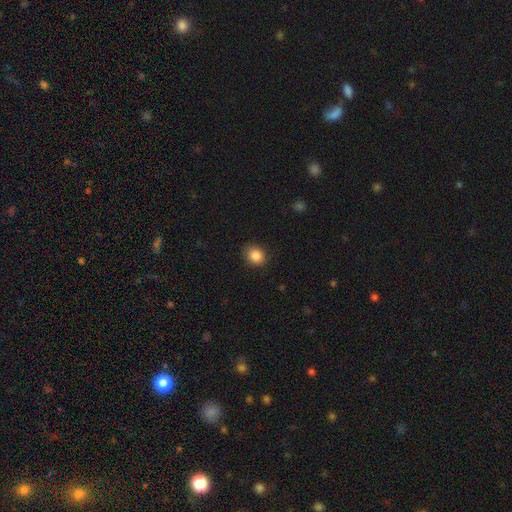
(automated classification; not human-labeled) smooth-or-featured: smooth: 87% | star or artifact: 10% | featured or disk: 4%
  how-rounded: round: 62% | in between: 37% | cigar-shaped: 1%
  merging: none: 85% | minor disturbance: 11% | major disturbance: 3% | merger: 1%